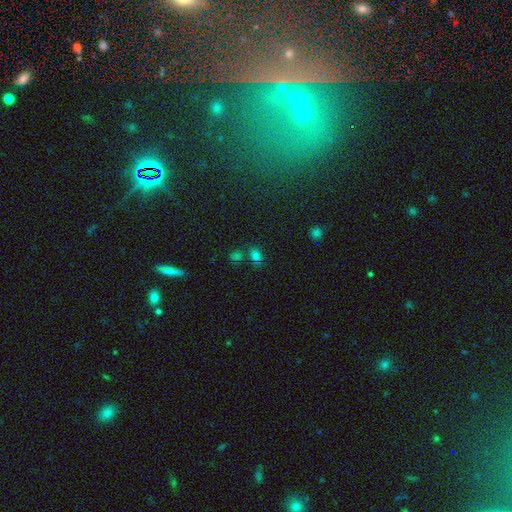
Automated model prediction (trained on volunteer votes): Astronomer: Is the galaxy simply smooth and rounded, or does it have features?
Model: smooth — 67%.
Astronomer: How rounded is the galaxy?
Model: in between — 55% (runner-up: round, 43%).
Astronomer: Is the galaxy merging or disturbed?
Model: none — 64%.